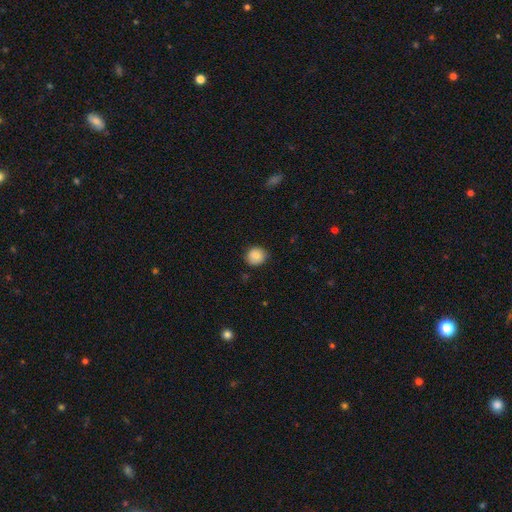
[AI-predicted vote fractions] Overall: smooth (86%). How rounded: round (80%). Merging: none (82%).